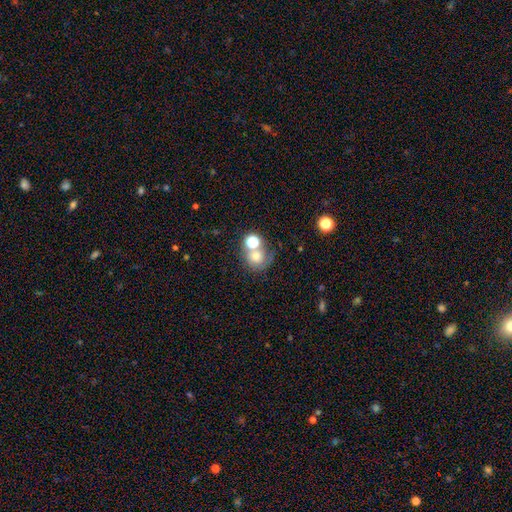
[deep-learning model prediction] Smooth or featured? Predicted: smooth (p=0.60). How rounded? Predicted: round (p=0.80). Merging? Predicted: merger (p=0.44).